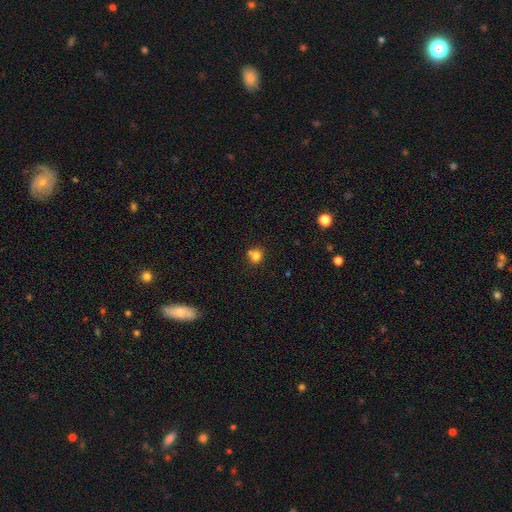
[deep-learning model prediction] A smooth galaxy with no disk features (79%) that is round (86%).

Vote fractions:
- Smooth or featured? smooth: 79% / star or artifact: 13% / featured or disk: 8%
- How rounded? round: 86% / in between: 13% / cigar-shaped: 1%
- Merging? none: 64% / merger: 21% / minor disturbance: 11% / major disturbance: 3%